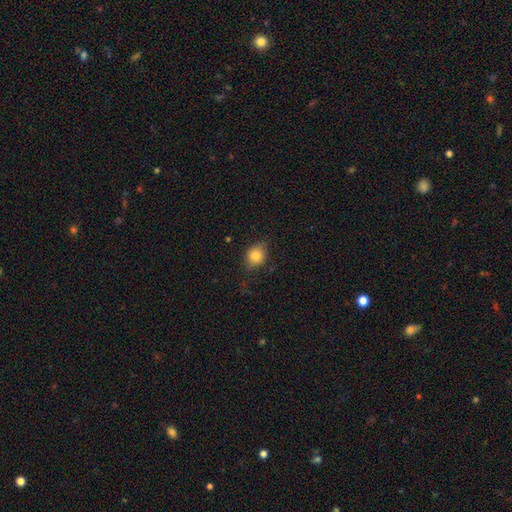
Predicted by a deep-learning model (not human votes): Smooth or featured: smooth — 78% (featured or disk — 12%)
How rounded: round — 61% (in between — 38%)
Merging: none — 68% (minor disturbance — 24%)